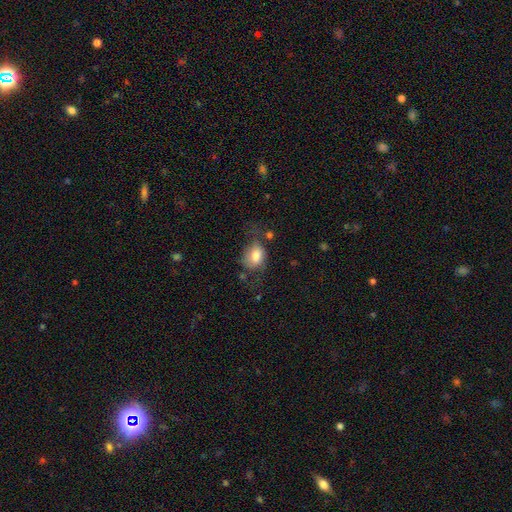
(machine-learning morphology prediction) This appears to be a smooth galaxy with no disk features (76%) that is in between round and cigar-shaped (64%). Merging: none (43%).